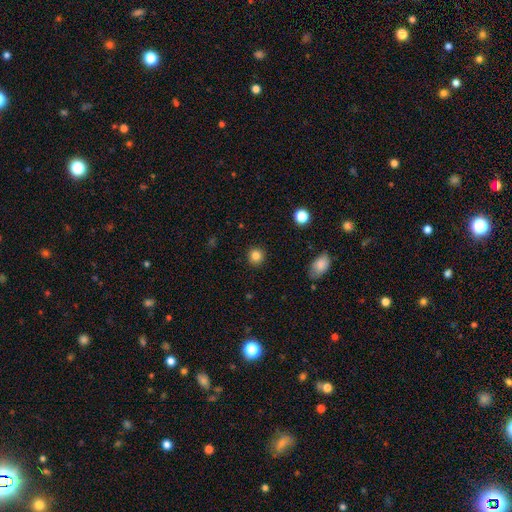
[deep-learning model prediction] Smooth or featured? smooth (84%)
How rounded? round (91%)
Merging? none (91%)